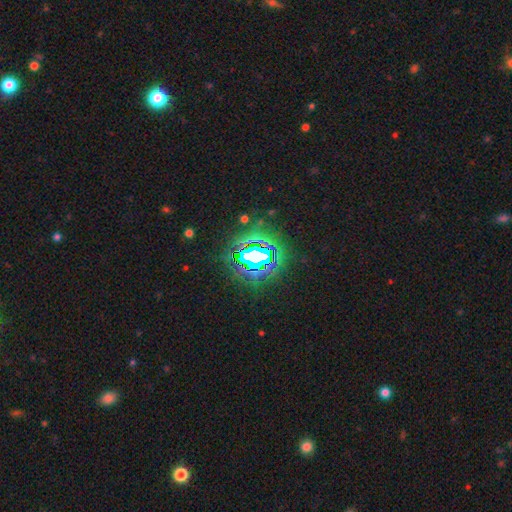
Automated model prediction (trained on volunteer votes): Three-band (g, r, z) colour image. It shows a star or artifact, not a galaxy (77%).